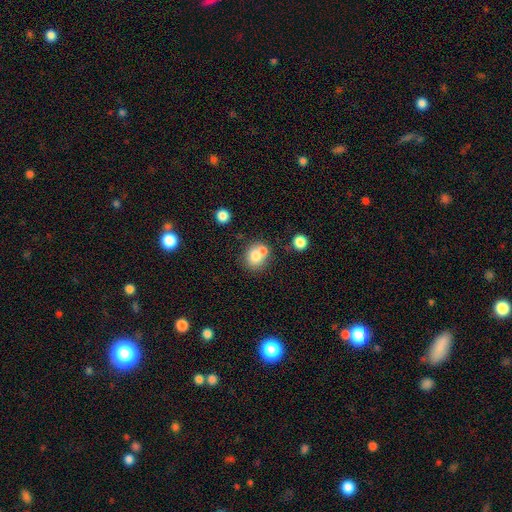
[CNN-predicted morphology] Q: Smooth or featured?
A: smooth (73%); runner-up: featured or disk (16%)
Q: How rounded?
A: round (74%); runner-up: in between (25%)
Q: Merging?
A: merger (45%); runner-up: none (42%)